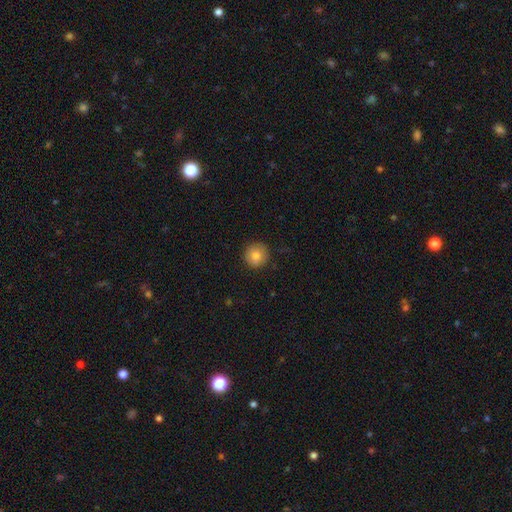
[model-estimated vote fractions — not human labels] This is clearly a smooth galaxy (82%). How rounded: clearly round (94%). Merging: clearly none (87%).